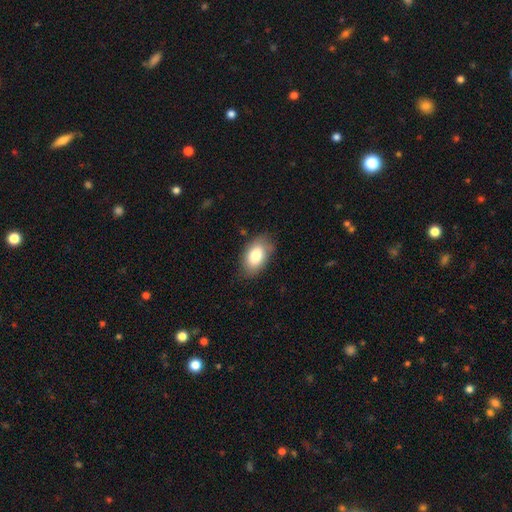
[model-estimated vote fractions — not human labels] A smooth galaxy with no disk features (81%) that is in between round and cigar-shaped (91%).

Vote fractions:
- Smooth or featured? smooth: 81% / featured or disk: 12% / star or artifact: 7%
- How rounded? in between: 91% / round: 7% / cigar-shaped: 1%
- Merging? none: 79% / minor disturbance: 16% / major disturbance: 4% / merger: 1%